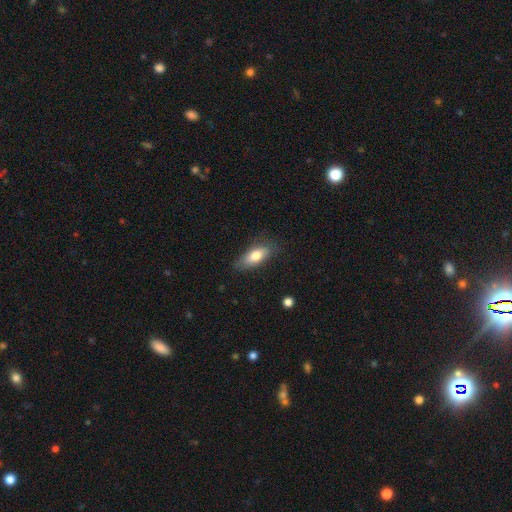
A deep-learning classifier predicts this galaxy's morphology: Overall: smooth (75%). How rounded: in between (77%). Merging: none (77%).